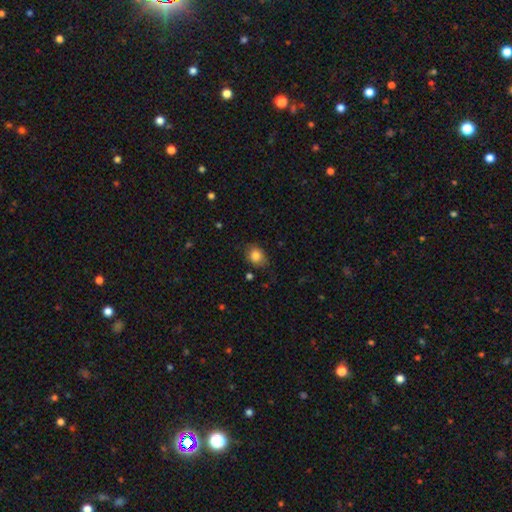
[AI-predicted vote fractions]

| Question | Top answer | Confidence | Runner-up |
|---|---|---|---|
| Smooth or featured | smooth | 84% | star or artifact (9%) |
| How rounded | in between | 51% | round (48%) |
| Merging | none | 75% | minor disturbance (20%) |